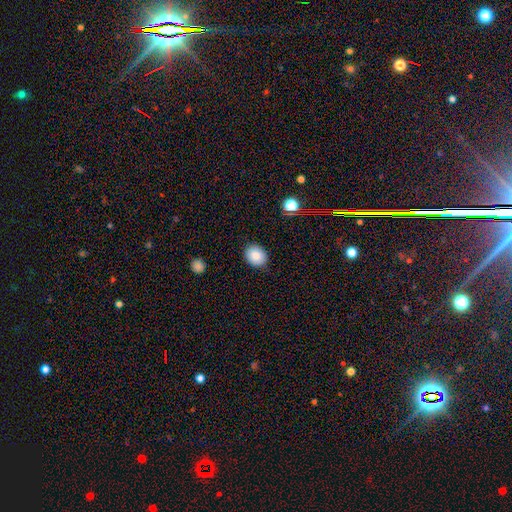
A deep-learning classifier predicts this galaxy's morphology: Smooth or featured? smooth (86%)
How rounded? round (60%)
Merging? none (87%)